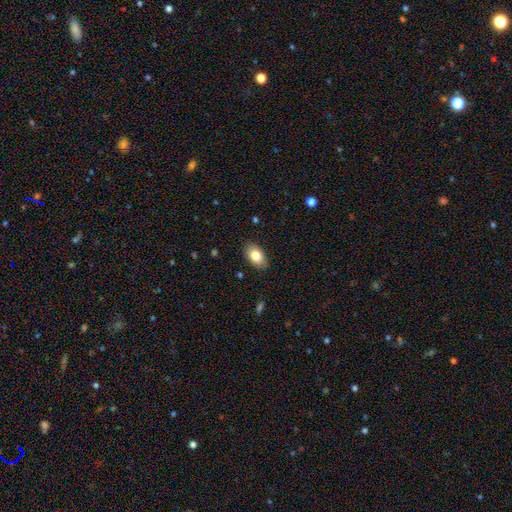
smooth_or_featured: smooth (p=0.87) [alt: featured or disk p=0.11]
how_rounded: in between (p=0.91) [alt: round p=0.09]
merging: none (p=0.92) [alt: minor disturbance p=0.08]